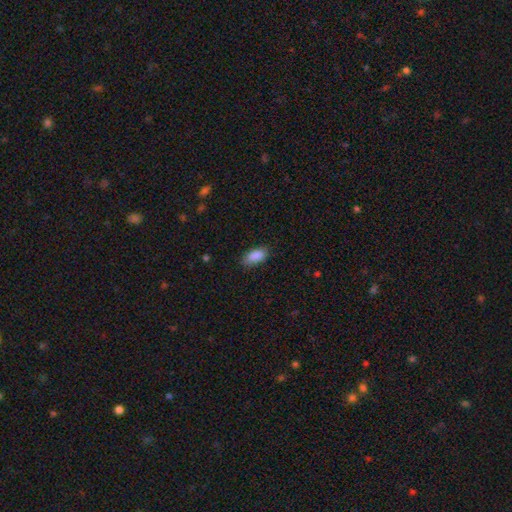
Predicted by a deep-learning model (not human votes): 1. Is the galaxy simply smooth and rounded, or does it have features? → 89% smooth, 7% star or artifact, 4% featured or disk.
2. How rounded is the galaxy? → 91% in between, 6% cigar-shaped, 3% round.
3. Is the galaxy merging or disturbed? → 78% none, 17% minor disturbance, 3% major disturbance, 1% merger.